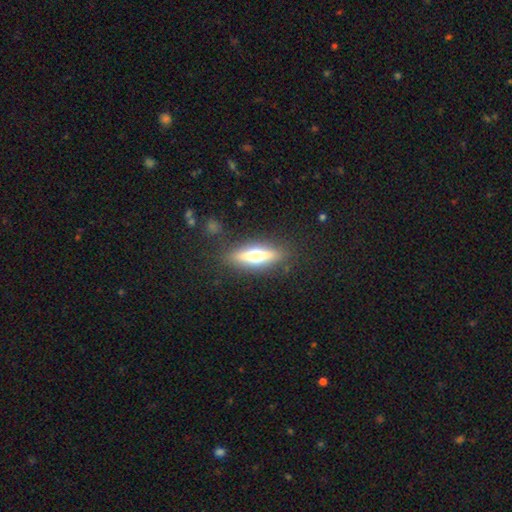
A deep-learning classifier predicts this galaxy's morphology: Smooth or featured? featured or disk (53%)
Edge-on disk? yes (87%)
Merging? none (85%)